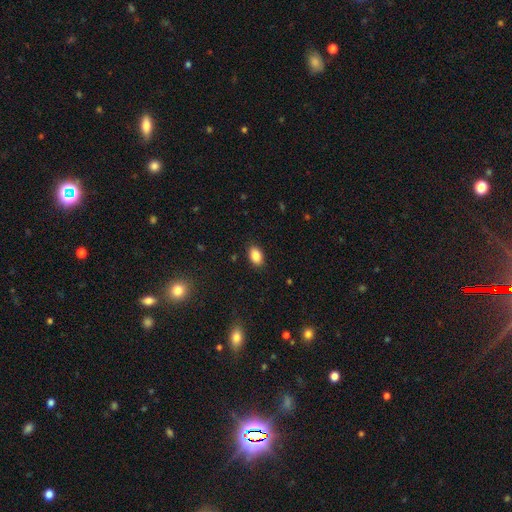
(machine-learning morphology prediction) This appears to be a smooth galaxy with no disk features (87%) that is in between round and cigar-shaped (90%). Merging: none (88%).